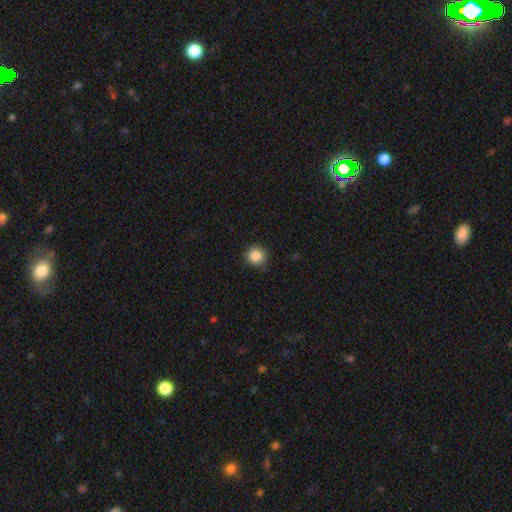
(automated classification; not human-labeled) smooth_or_featured: smooth (p=0.86) [alt: star or artifact p=0.10]
how_rounded: round (p=0.95) [alt: in between p=0.04]
merging: none (p=0.88) [alt: minor disturbance p=0.09]